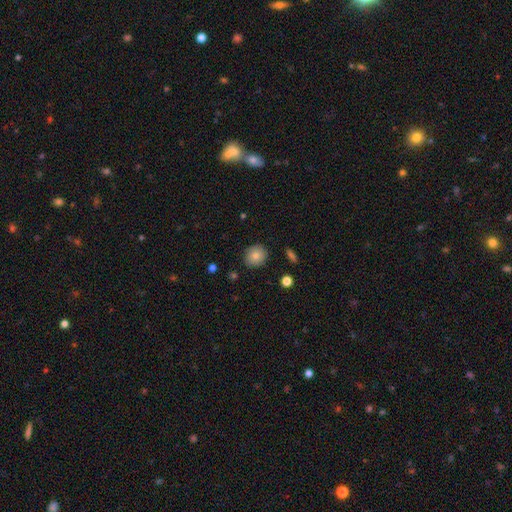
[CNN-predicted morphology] Smooth or featured? smooth (81%)
How rounded? round (80%)
Merging? none (87%)